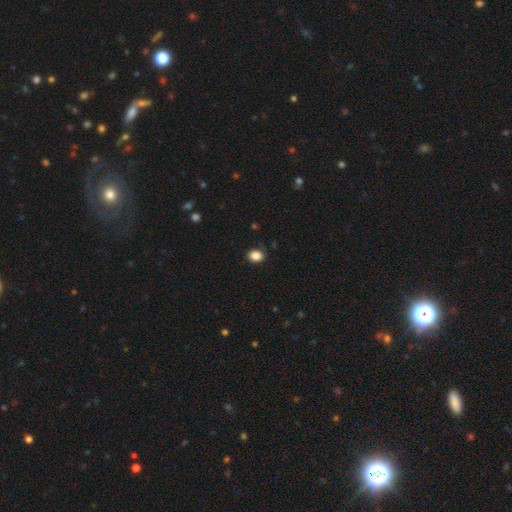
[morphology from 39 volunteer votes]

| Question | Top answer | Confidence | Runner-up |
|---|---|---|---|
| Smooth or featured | smooth | 90% | featured or disk (5%) |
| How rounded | in between | 69% | round (31%) |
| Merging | none | 73% | minor disturbance (24%) |